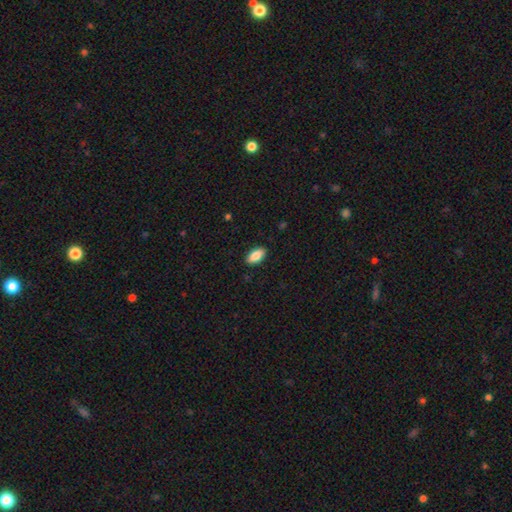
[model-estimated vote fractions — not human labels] smooth_or_featured: smooth (p=0.85) [alt: featured or disk p=0.08]
how_rounded: in between (p=0.90) [alt: cigar-shaped p=0.07]
merging: none (p=0.89) [alt: minor disturbance p=0.08]